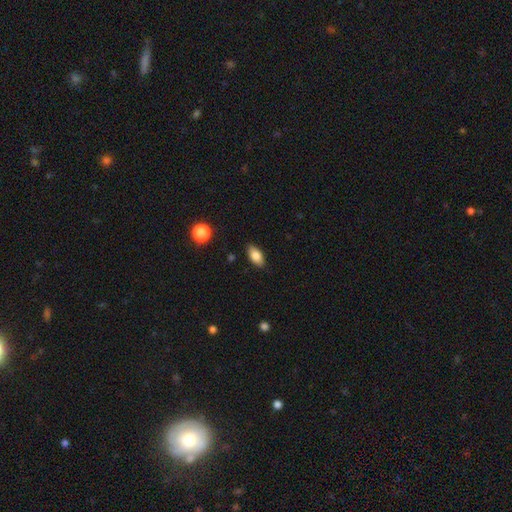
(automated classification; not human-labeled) Smooth or featured?
  - smooth: 82% *
  - featured or disk: 10%
  - star or artifact: 8%
How rounded?
  - in between: 90% *
  - cigar-shaped: 6%
  - round: 4%
Merging?
  - none: 86% *
  - minor disturbance: 10%
  - major disturbance: 2%
  - merger: 1%